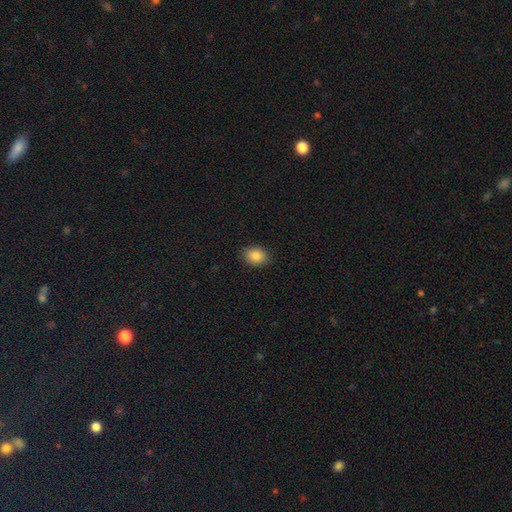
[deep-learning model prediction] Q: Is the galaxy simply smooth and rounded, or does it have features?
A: smooth — 86%.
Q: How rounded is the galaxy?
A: in between — 53%.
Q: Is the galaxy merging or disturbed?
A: none — 89%.